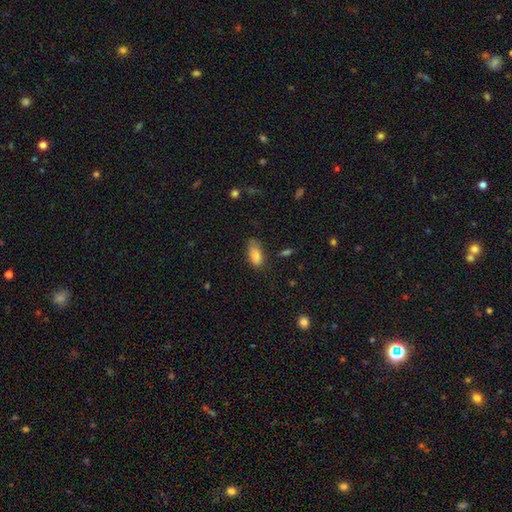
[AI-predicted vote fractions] A smooth galaxy with no disk features (84%) that is in between round and cigar-shaped (90%).

Vote fractions:
- Smooth or featured? smooth: 84% / featured or disk: 8% / star or artifact: 8%
- How rounded? in between: 90% / cigar-shaped: 7% / round: 3%
- Merging? none: 52% / minor disturbance: 35% / major disturbance: 10% / merger: 3%